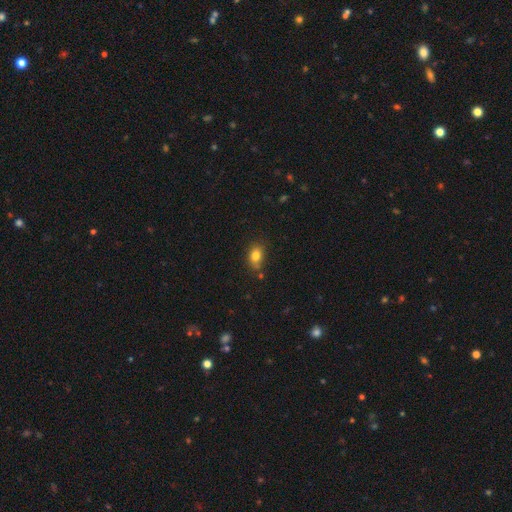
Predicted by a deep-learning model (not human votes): smooth_or_featured: smooth (p=0.81) [alt: star or artifact p=0.10]
how_rounded: in between (p=0.70) [alt: round p=0.28]
merging: none (p=0.68) [alt: minor disturbance p=0.19]